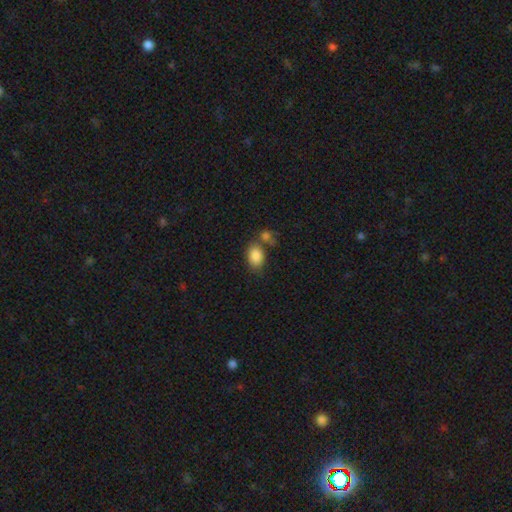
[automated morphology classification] Q: Smooth or featured?
A: smooth (86%); runner-up: star or artifact (8%)
Q: How rounded?
A: in between (82%); runner-up: round (17%)
Q: Merging?
A: none (54%); runner-up: merger (25%)